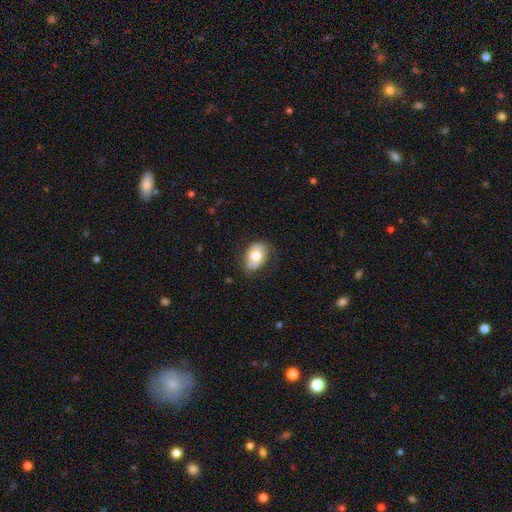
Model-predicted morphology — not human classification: Smooth or featured? Predicted: smooth (p=0.66). How rounded? Predicted: in between (p=0.78). Merging? Predicted: none (p=0.68).